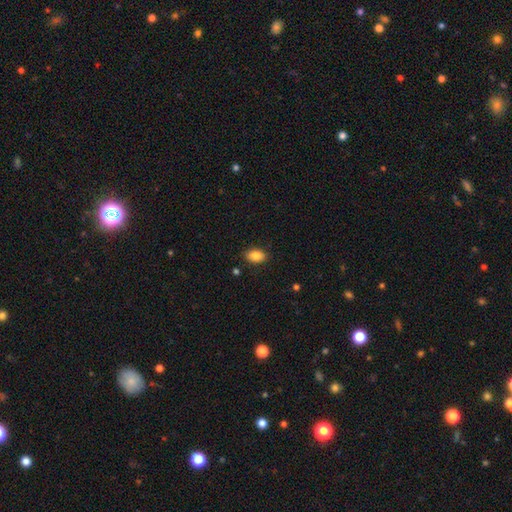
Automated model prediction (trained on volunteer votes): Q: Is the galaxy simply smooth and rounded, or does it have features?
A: smooth — 86%.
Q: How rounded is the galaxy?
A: in between — 89%.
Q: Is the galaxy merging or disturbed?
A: none — 87%.